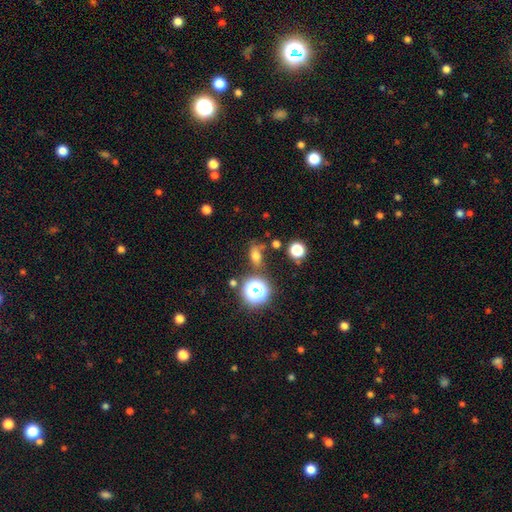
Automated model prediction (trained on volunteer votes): This appears to be a smooth galaxy with no disk features (66%) that is in between round and cigar-shaped (65%). Merging: none (65%).